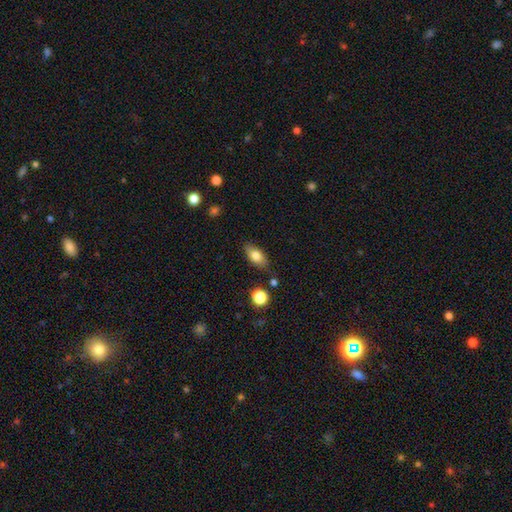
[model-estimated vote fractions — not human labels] This is likely a smooth galaxy (79%). How rounded: clearly in between (86%). Merging: clearly none (81%).